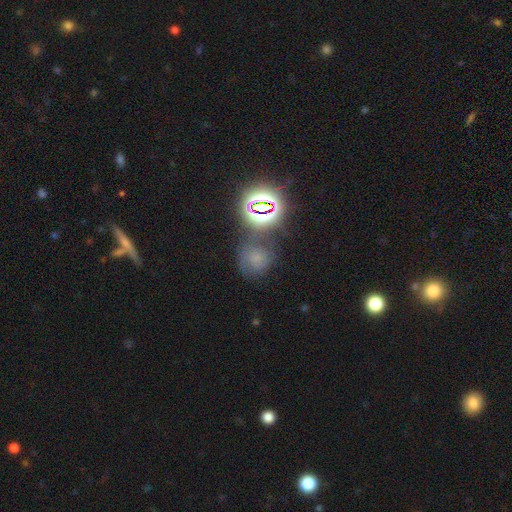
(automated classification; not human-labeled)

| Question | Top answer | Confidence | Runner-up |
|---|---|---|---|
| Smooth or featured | star or artifact | 46% | smooth (35%) |